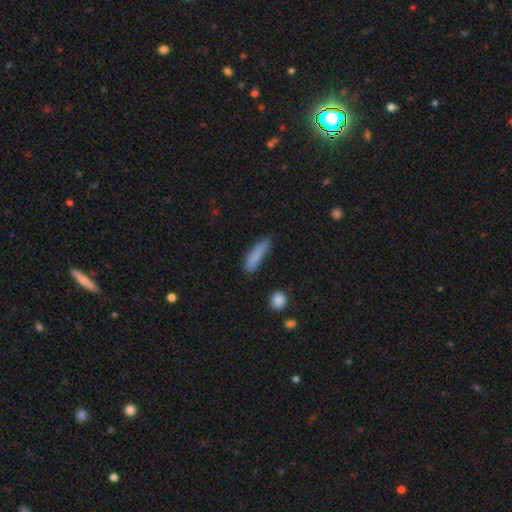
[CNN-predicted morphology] Smooth or featured: smooth — 83% (featured or disk — 9%)
How rounded: cigar-shaped — 76% (in between — 22%)
Merging: none — 67% (minor disturbance — 25%)